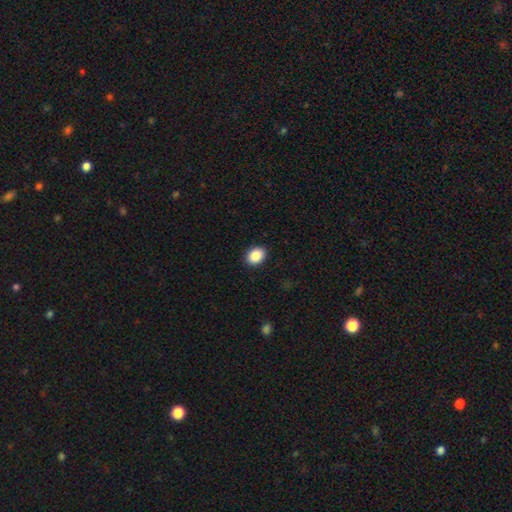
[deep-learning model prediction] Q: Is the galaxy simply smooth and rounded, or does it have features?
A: smooth — 89%.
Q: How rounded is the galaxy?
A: in between — 67%.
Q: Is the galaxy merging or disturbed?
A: none — 91%.